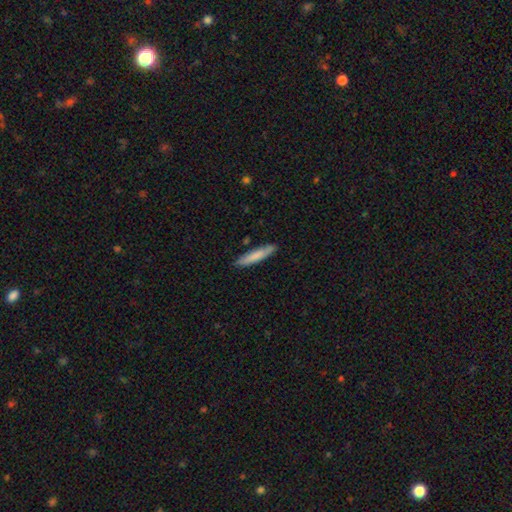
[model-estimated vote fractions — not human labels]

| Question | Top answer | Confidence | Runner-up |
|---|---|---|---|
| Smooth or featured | smooth | 78% | featured or disk (16%) |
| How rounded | cigar-shaped | 89% | in between (9%) |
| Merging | none | 86% | minor disturbance (10%) |